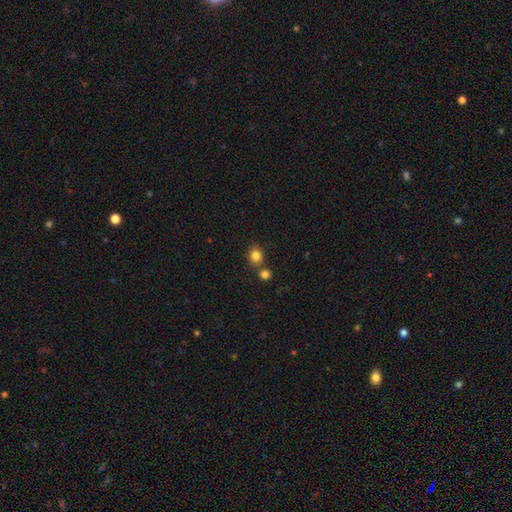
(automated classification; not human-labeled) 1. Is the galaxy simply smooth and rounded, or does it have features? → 83% smooth, 11% star or artifact, 6% featured or disk.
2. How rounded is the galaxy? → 65% round, 34% in between, 1% cigar-shaped.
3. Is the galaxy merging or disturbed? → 67% none, 21% merger, 10% minor disturbance, 3% major disturbance.